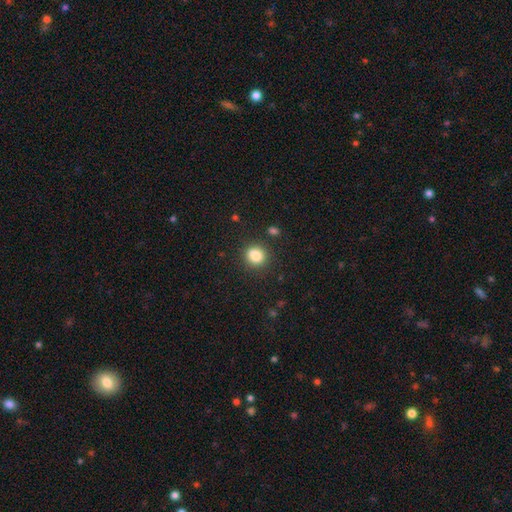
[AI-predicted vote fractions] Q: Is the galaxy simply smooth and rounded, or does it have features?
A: smooth — 84%.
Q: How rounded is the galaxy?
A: round — 79%.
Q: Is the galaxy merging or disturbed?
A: none — 80%.